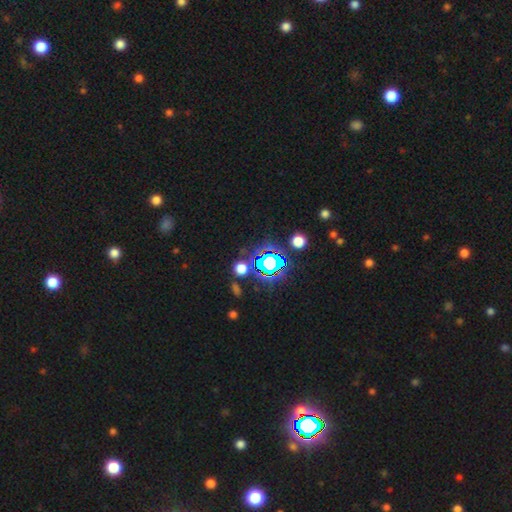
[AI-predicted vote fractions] This appears to be a star or artifact, not a galaxy (79%).